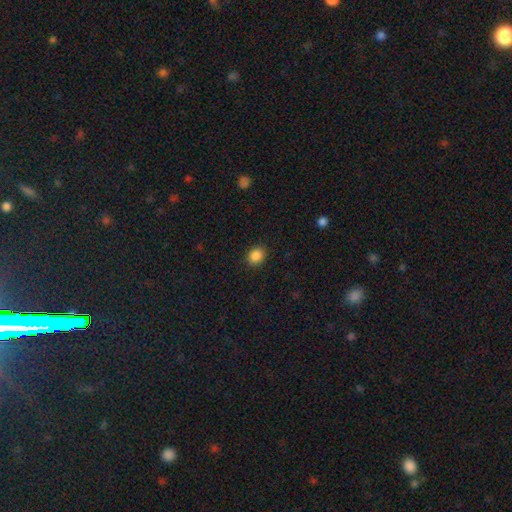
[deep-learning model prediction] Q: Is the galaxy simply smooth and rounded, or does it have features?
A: smooth — 87%.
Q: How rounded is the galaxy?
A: round — 59%.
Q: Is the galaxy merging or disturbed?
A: none — 89%.